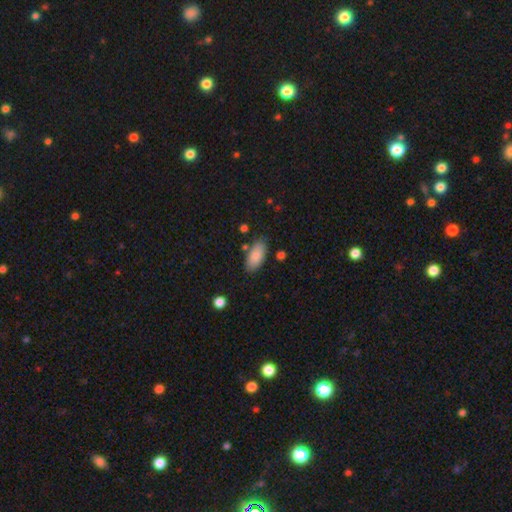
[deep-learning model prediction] Smooth or featured? smooth (85%)
How rounded? in between (91%)
Merging? none (80%)